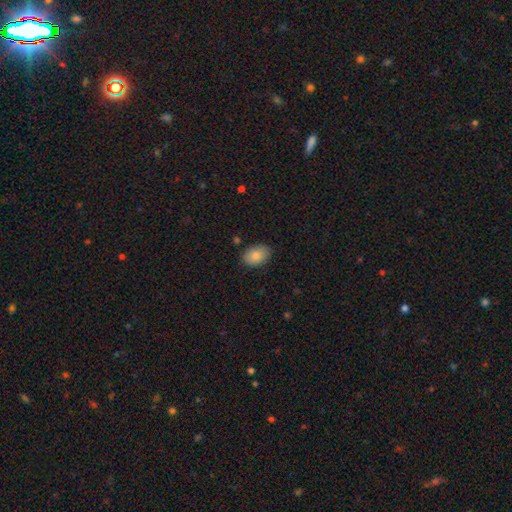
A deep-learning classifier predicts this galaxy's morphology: Smooth or featured? smooth (85%)
How rounded? in between (85%)
Merging? none (85%)